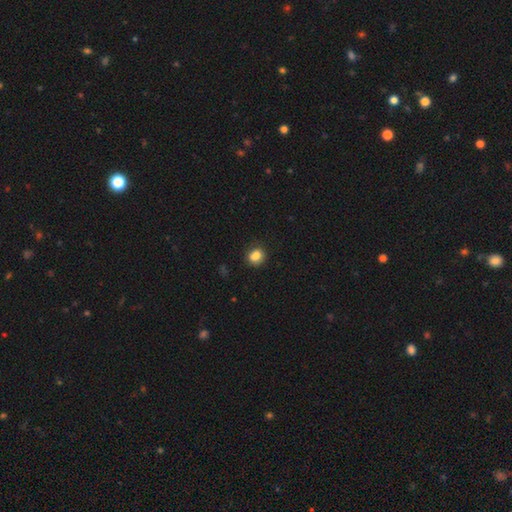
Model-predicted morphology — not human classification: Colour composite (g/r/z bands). It shows a smooth galaxy with no disk features (84%) that is round (63%). Merging: none (79%).